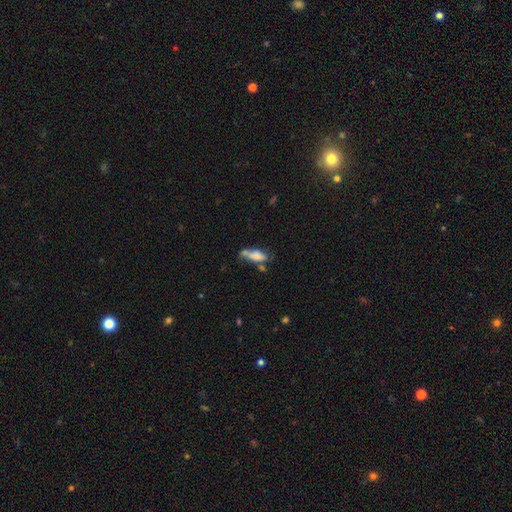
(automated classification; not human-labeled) A smooth galaxy with no disk features (63%) that is in between round and cigar-shaped (62%).

Vote fractions:
- Smooth or featured? smooth: 63% / featured or disk: 27% / star or artifact: 10%
- How rounded? in between: 62% / cigar-shaped: 35% / round: 3%
- Merging? none: 32% / minor disturbance: 26% / merger: 25% / major disturbance: 17%